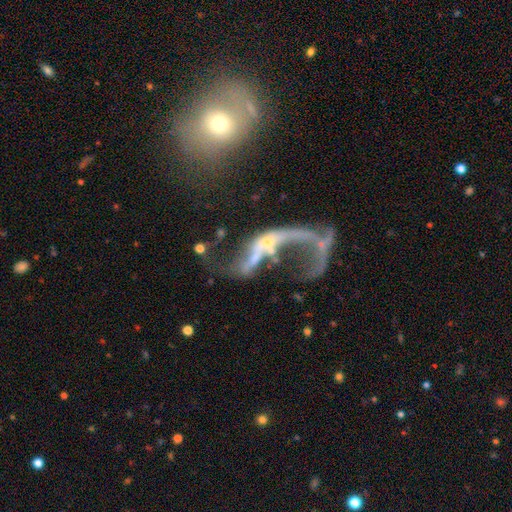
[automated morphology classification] smooth-or-featured: featured or disk: 67% | smooth: 21% | star or artifact: 12%
  disk-edge-on: no: 85% | yes: 15%
    bar: no: 74% | weak: 16% | strong: 10%
    has-spiral-arms: no: 67% | yes: 33%
    bulge-size: small: 46% | none: 27% | moderate: 21% | large: 3% | dominant: 2%
  merging: major disturbance: 41% | merger: 38% | none: 14% | minor disturbance: 8%